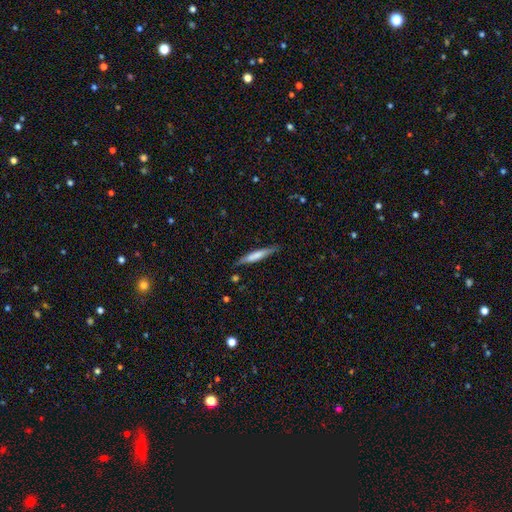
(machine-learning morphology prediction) This is possibly a smooth galaxy (58%). How rounded: clearly cigar-shaped (92%). Merging: clearly none (83%).